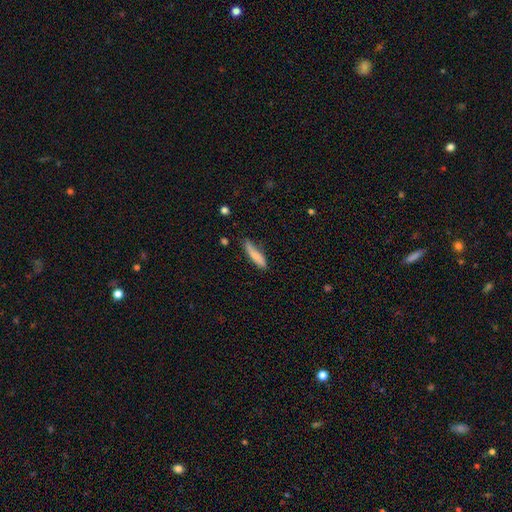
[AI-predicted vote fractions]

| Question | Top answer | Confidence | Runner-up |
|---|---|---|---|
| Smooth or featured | smooth | 76% | featured or disk (18%) |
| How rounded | cigar-shaped | 71% | in between (27%) |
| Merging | none | 60% | minor disturbance (29%) |